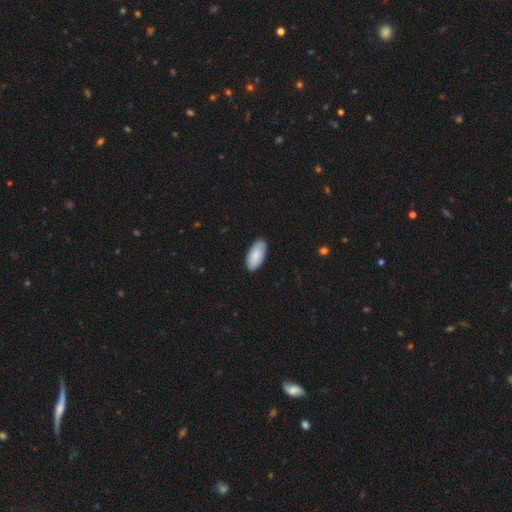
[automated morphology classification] A smooth galaxy with no disk features (83%) that is in between round and cigar-shaped (94%).

Vote fractions:
- Smooth or featured? smooth: 83% / featured or disk: 11% / star or artifact: 5%
- How rounded? in between: 94% / cigar-shaped: 4% / round: 2%
- Merging? none: 86% / minor disturbance: 11% / major disturbance: 2% / merger: 1%